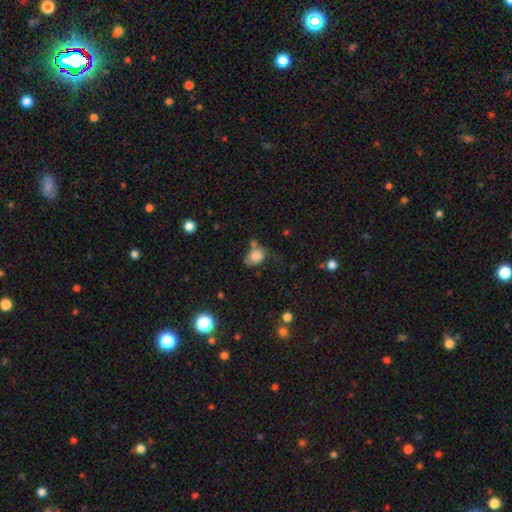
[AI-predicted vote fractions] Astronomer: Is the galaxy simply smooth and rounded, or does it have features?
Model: smooth — 80%.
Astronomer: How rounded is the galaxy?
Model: in between — 65%.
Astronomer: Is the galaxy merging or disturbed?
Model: none — 39% (runner-up: minor disturbance, 30%).